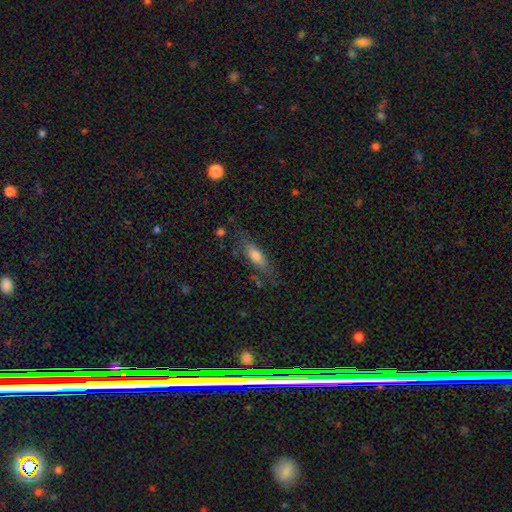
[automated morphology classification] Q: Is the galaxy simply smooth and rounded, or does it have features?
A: smooth — 62%.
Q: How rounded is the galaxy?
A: cigar-shaped — 53%.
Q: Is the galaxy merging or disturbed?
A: none — 73%.